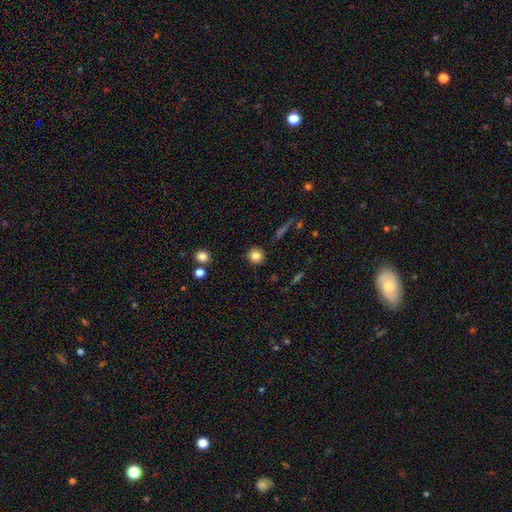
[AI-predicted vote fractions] Smooth or featured? Predicted: smooth (p=0.82). How rounded? Predicted: round (p=0.92). Merging? Predicted: none (p=0.90).